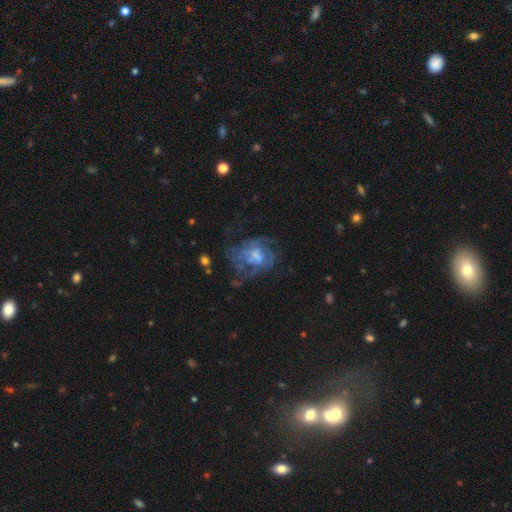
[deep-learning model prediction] smooth_or_featured: featured or disk (p=0.73) [alt: smooth p=0.18]
disk_edge_on: no (p=0.98) [alt: yes p=0.02]
bar: no (p=0.55) [alt: weak p=0.37]
has_spiral_arms: yes (p=0.74) [alt: no p=0.26]
spiral_winding: medium (p=0.41) [alt: tight p=0.37]
spiral_arm_count: can't tell (p=0.46) [alt: 2 p=0.18]
bulge_size: moderate (p=0.39) [alt: small p=0.29]
merging: none (p=0.42) [alt: major disturbance p=0.34]